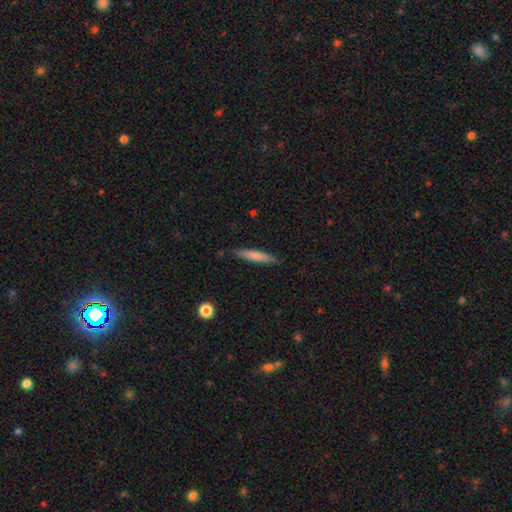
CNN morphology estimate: Smooth or featured? smooth (72%)
How rounded? cigar-shaped (89%)
Merging? none (85%)